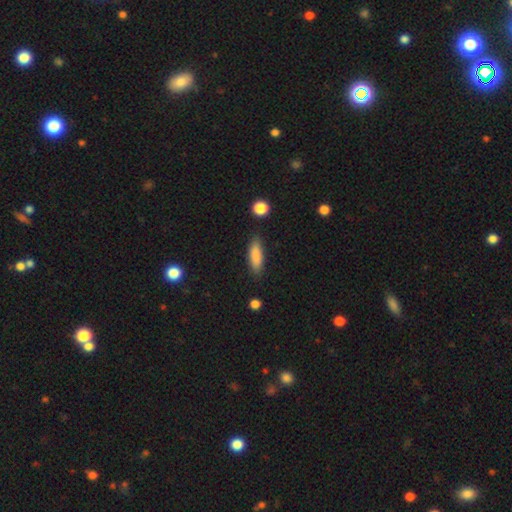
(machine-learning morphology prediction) This is clearly a smooth galaxy (85%). How rounded: possibly cigar-shaped (49%, tied with in between). Merging: clearly none (82%).